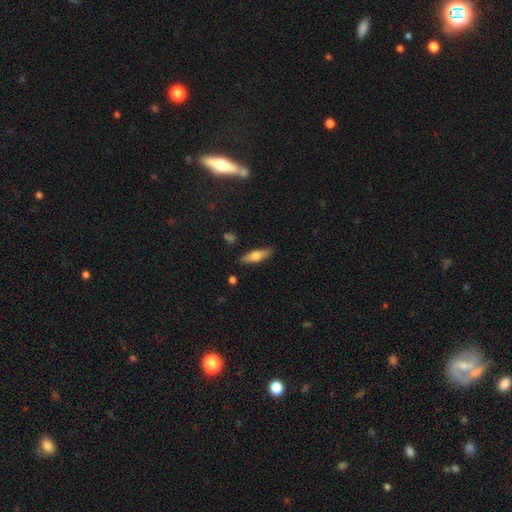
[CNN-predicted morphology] The model was most divided on "how rounded": cigar-shaped: 52%, in between: 46%, round: 3%. More confident: merging — none (86%); smooth or featured — smooth (57%).